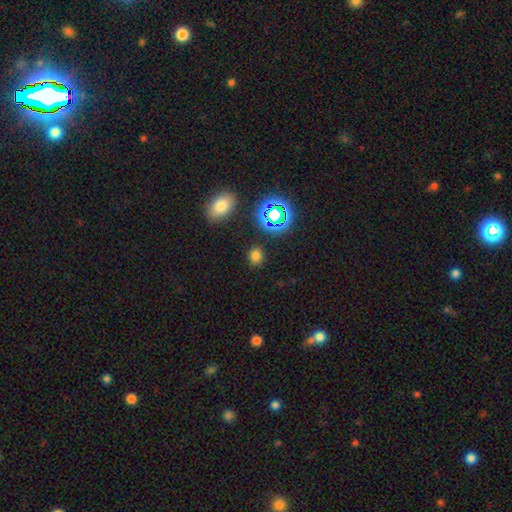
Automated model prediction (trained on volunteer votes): A smooth galaxy with no disk features (70%) that is round (66%). Merging: none (87%).